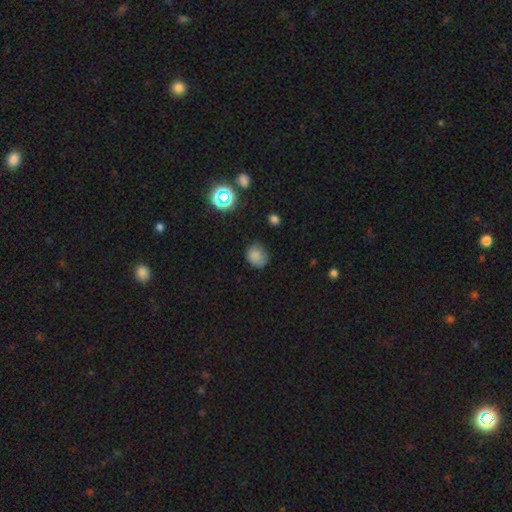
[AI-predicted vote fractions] Morphology: type=smooth (79%); roundness=round (71%); merging=none (67%).